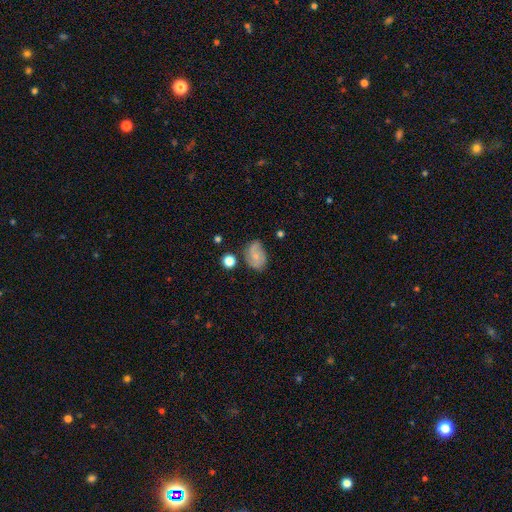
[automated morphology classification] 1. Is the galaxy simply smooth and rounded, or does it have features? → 54% smooth, 38% featured or disk, 8% star or artifact.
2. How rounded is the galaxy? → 73% in between, 26% round, 1% cigar-shaped.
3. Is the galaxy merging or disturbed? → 61% none, 26% minor disturbance, 8% major disturbance, 5% merger.